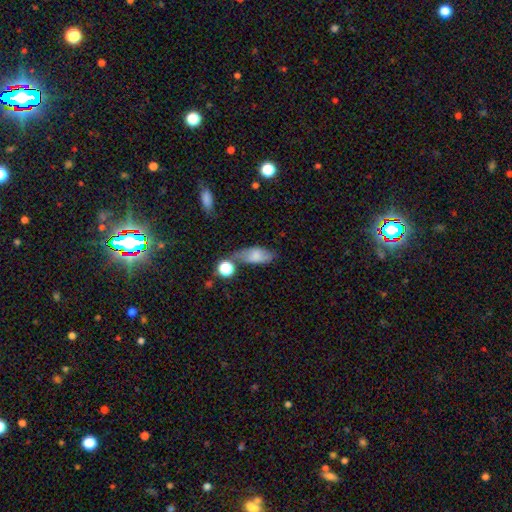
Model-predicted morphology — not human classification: Smooth or featured? smooth (69%)
How rounded? in between (81%)
Merging? none (50%)